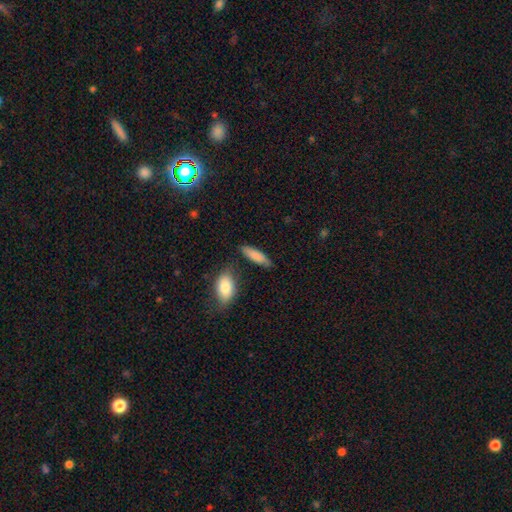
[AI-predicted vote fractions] smooth_or_featured: smooth (p=0.83) [alt: featured or disk p=0.10]
how_rounded: cigar-shaped (p=0.53) [alt: in between p=0.44]
merging: none (p=0.72) [alt: minor disturbance p=0.17]